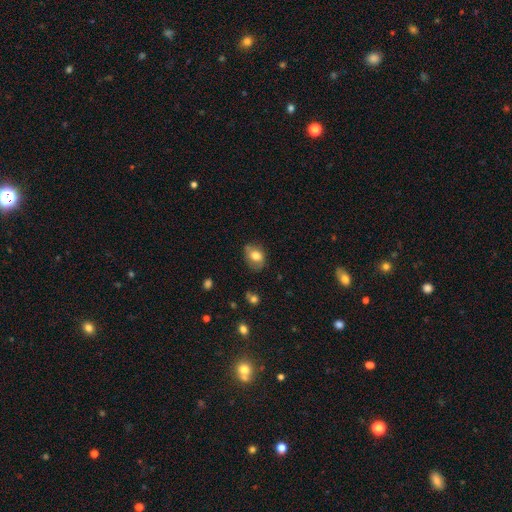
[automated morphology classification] A smooth galaxy with no disk features (72%) that is in between round and cigar-shaped (65%).

Vote fractions:
- Smooth or featured? smooth: 72% / featured or disk: 19% / star or artifact: 9%
- How rounded? in between: 65% / round: 34% / cigar-shaped: 1%
- Merging? none: 61% / minor disturbance: 28% / major disturbance: 8% / merger: 3%